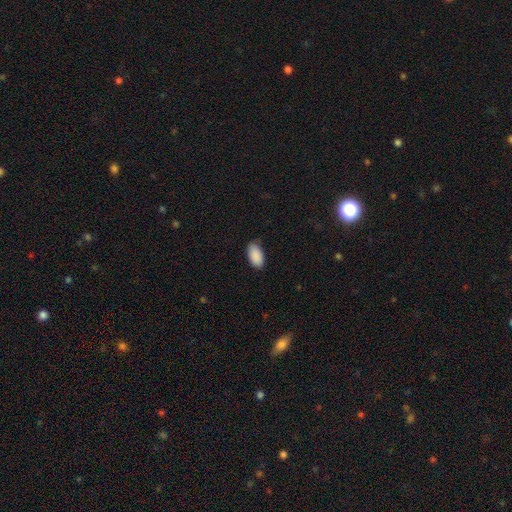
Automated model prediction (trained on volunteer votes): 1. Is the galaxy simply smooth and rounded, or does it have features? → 90% smooth, 6% star or artifact, 3% featured or disk.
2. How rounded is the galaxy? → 95% in between, 3% round, 2% cigar-shaped.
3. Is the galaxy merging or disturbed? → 81% none, 15% minor disturbance, 3% major disturbance, 1% merger.